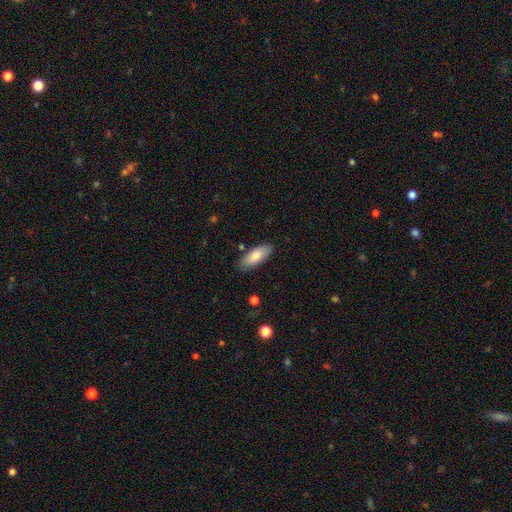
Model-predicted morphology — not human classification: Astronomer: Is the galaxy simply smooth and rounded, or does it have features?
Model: smooth — 82%.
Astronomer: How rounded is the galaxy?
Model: in between — 82%.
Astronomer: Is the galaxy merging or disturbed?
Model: none — 85%.